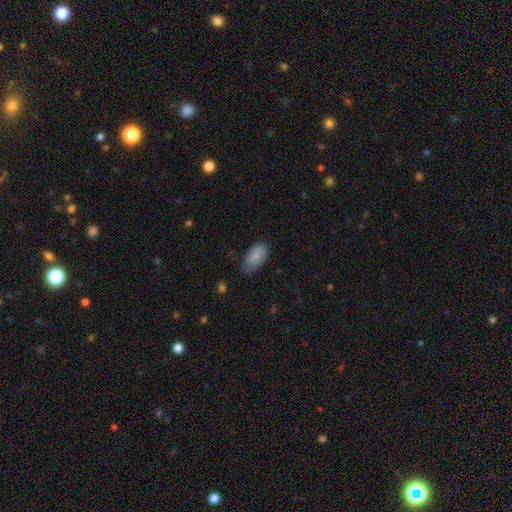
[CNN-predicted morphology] Q: Smooth or featured?
A: smooth (83%); runner-up: featured or disk (11%)
Q: How rounded?
A: in between (94%); runner-up: cigar-shaped (3%)
Q: Merging?
A: none (67%); runner-up: minor disturbance (26%)